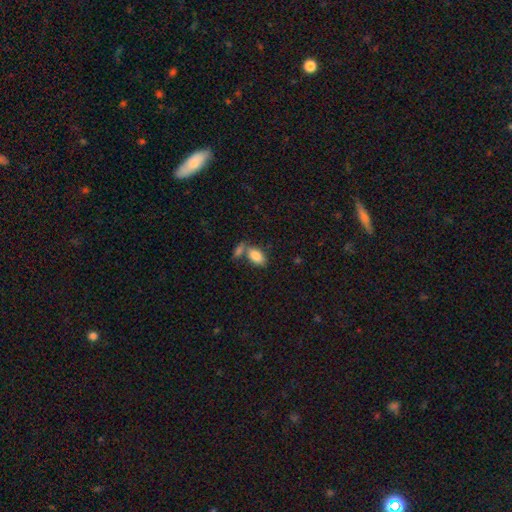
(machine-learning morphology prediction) Q: Smooth or featured?
A: smooth (84%); runner-up: featured or disk (8%)
Q: How rounded?
A: in between (93%); runner-up: round (4%)
Q: Merging?
A: none (51%); runner-up: merger (32%)